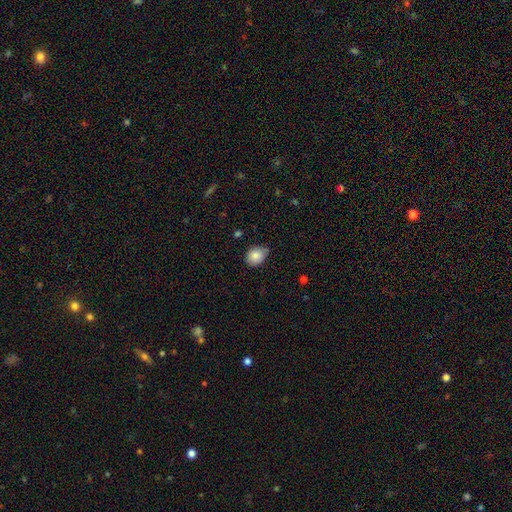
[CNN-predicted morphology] Q: Smooth or featured?
A: smooth (85%); runner-up: star or artifact (8%)
Q: How rounded?
A: in between (51%); runner-up: round (48%)
Q: Merging?
A: none (65%); runner-up: minor disturbance (30%)